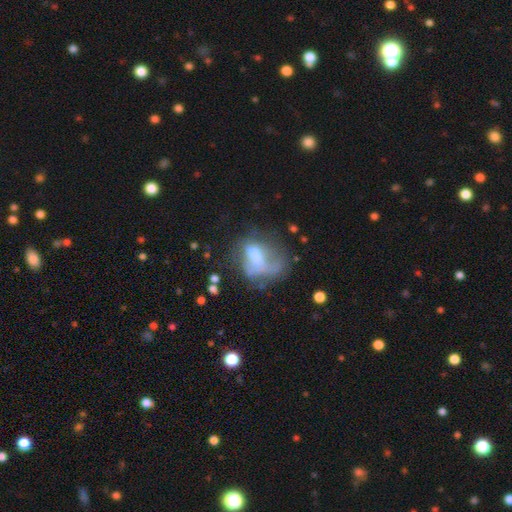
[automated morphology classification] Overall: smooth (48%; featured or disk 40%). Merging: major disturbance (44%; none 25%).